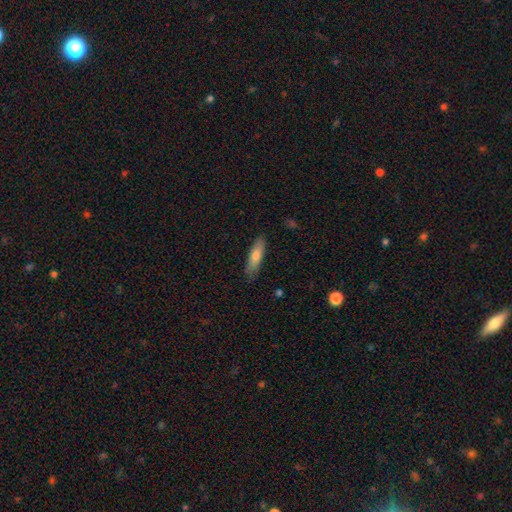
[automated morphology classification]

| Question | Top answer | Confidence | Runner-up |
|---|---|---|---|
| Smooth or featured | smooth | 72% | featured or disk (22%) |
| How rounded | cigar-shaped | 61% | in between (37%) |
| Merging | none | 83% | minor disturbance (13%) |